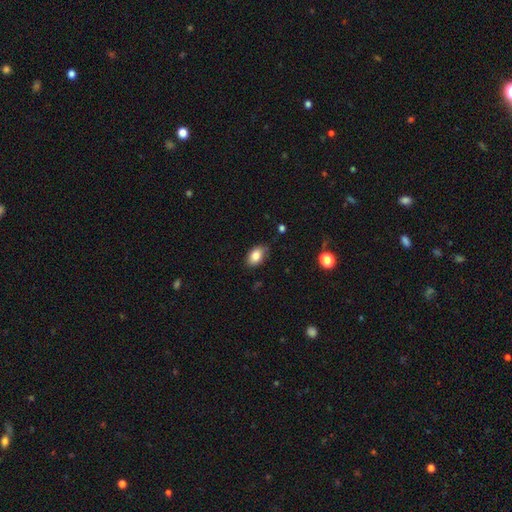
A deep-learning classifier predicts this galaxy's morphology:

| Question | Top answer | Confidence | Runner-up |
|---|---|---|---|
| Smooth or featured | smooth | 84% | featured or disk (8%) |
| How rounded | in between | 88% | round (10%) |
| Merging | none | 74% | minor disturbance (21%) |